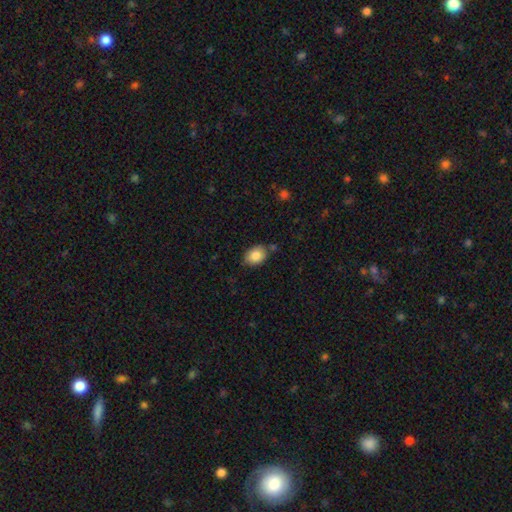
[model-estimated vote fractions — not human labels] This is clearly a smooth galaxy (84%). How rounded: likely in between (68%). Merging: likely none (74%).